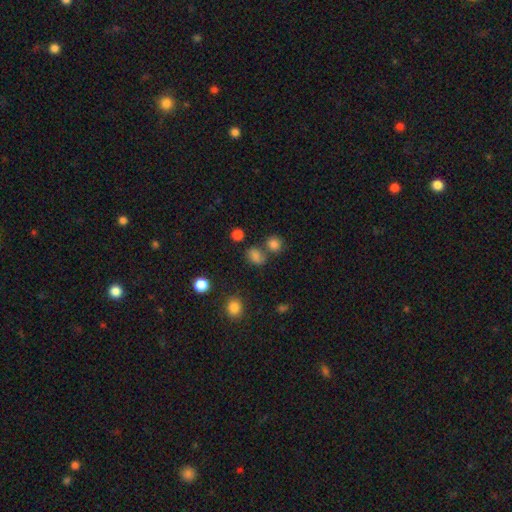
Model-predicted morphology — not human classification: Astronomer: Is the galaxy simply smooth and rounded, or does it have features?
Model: smooth — 77%.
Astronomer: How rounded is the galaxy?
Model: in between — 50% (runner-up: round, 49%).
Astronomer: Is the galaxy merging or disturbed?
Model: none — 62%.